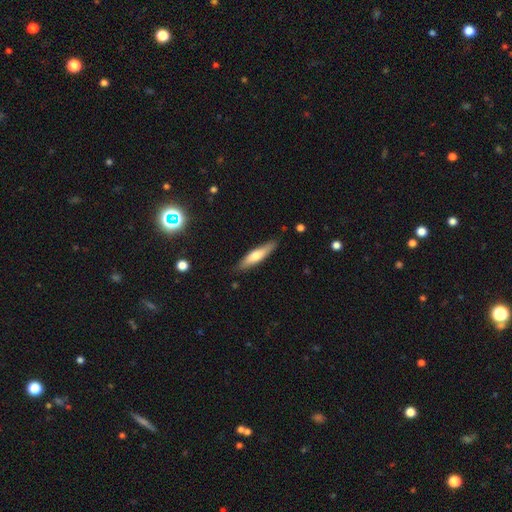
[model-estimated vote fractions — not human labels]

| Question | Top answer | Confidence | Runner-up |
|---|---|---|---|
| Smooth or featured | smooth | 60% | featured or disk (34%) |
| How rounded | cigar-shaped | 80% | in between (19%) |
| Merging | none | 85% | minor disturbance (12%) |